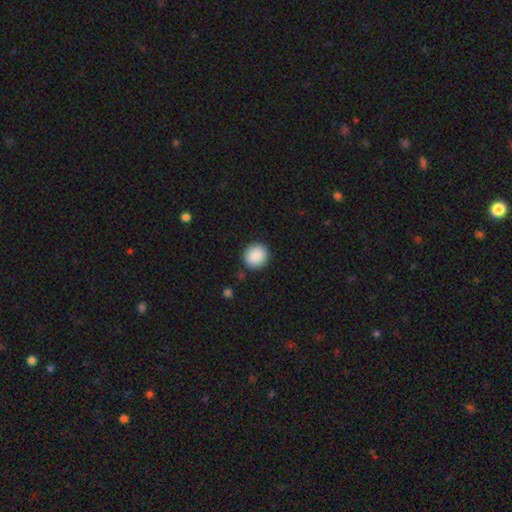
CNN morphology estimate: smooth 89%, star or artifact 7%, featured or disk 3%. Down the decision tree: how rounded — round (84%); merging — none (89%).